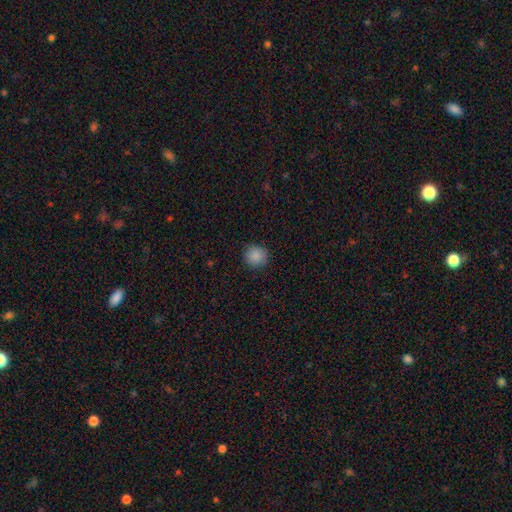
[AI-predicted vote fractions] Smooth or featured? smooth (88%)
How rounded? round (94%)
Merging? none (90%)